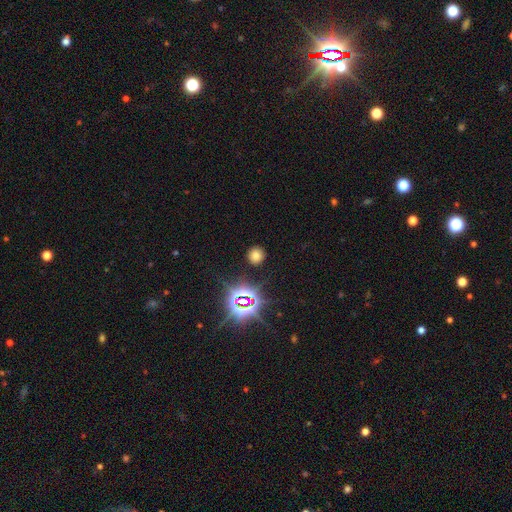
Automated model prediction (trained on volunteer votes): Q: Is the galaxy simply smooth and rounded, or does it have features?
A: smooth — 66%.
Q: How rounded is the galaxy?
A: round — 90%.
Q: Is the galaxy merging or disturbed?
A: none — 89%.